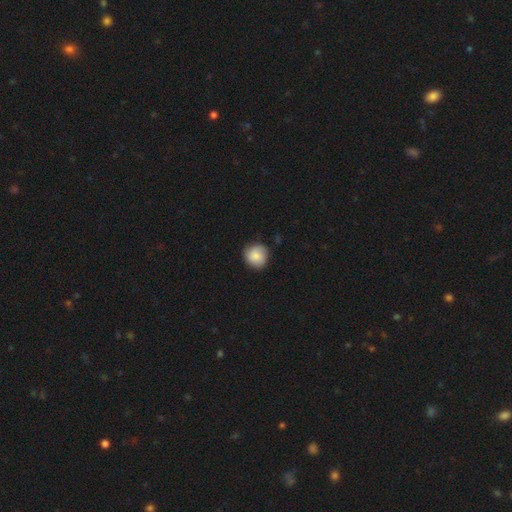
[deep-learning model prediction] A smooth galaxy with no disk features (83%) that is round (90%). Merging: none (81%).